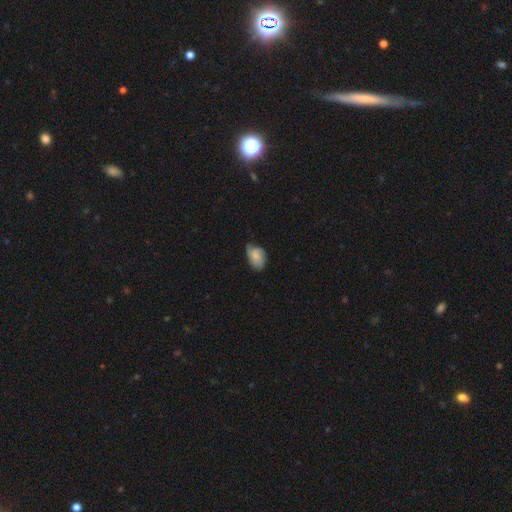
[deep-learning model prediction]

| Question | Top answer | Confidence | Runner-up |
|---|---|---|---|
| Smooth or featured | smooth | 66% | featured or disk (26%) |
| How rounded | in between | 85% | round (13%) |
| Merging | none | 49% | minor disturbance (38%) |